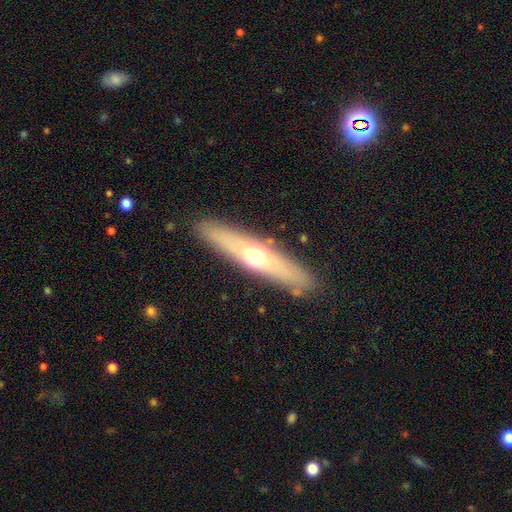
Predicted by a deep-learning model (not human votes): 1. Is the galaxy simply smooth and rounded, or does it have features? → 47% featured or disk, 46% smooth, 7% star or artifact.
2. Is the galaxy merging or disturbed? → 86% none, 9% minor disturbance, 3% major disturbance, 2% merger.